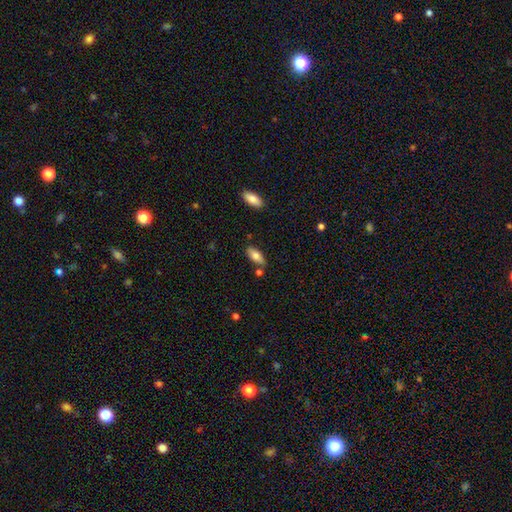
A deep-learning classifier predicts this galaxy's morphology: This appears to be a smooth galaxy with no disk features (79%) that is in between round and cigar-shaped (84%). Merging: none (76%).